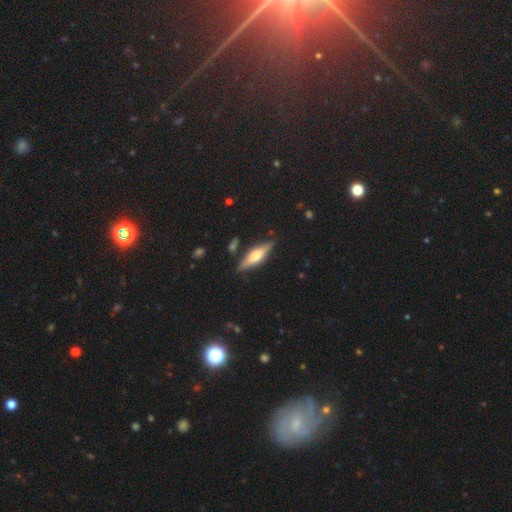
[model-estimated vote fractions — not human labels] smooth_or_featured: featured or disk (p=0.59) [alt: smooth p=0.35]
disk_edge_on: yes (p=0.93) [alt: no p=0.07]
edge_on_bulge: rounded (p=0.86) [alt: boxy p=0.10]
merging: none (p=0.84) [alt: minor disturbance p=0.11]